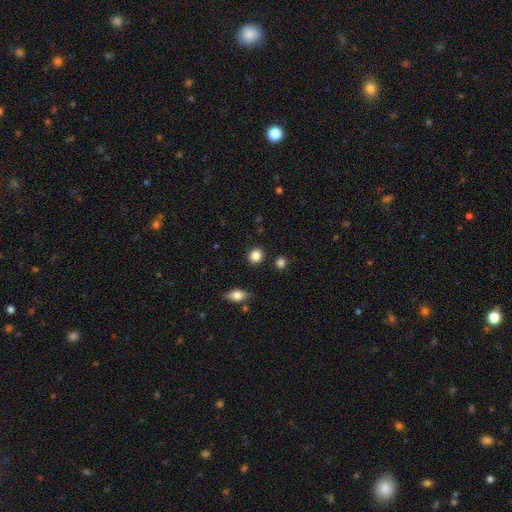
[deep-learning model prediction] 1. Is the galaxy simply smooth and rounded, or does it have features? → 86% smooth, 10% star or artifact, 4% featured or disk.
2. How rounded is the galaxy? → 84% round, 15% in between, 1% cigar-shaped.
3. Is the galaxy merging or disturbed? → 90% none, 6% minor disturbance, 2% merger, 2% major disturbance.